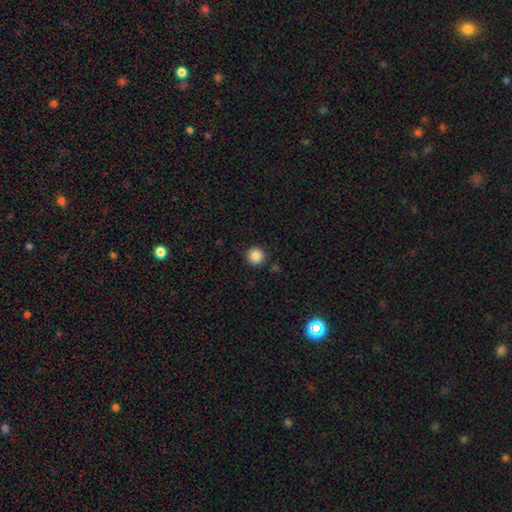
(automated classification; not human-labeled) Q: Smooth or featured?
A: smooth (87%); runner-up: star or artifact (10%)
Q: How rounded?
A: round (96%); runner-up: in between (3%)
Q: Merging?
A: none (91%); runner-up: minor disturbance (5%)